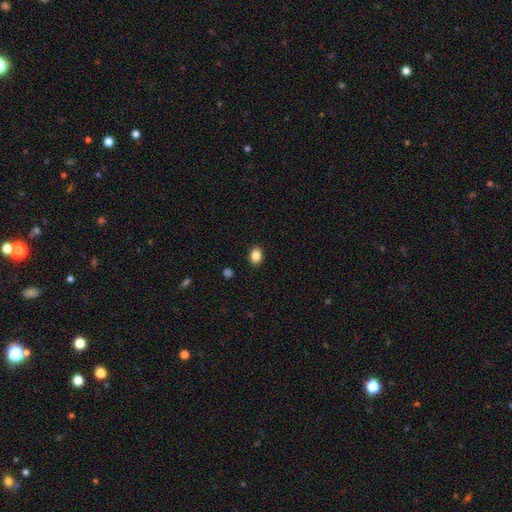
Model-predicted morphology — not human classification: smooth 86%, star or artifact 10%, featured or disk 4%. Down the decision tree: how rounded — in between (62%); merging — none (90%).